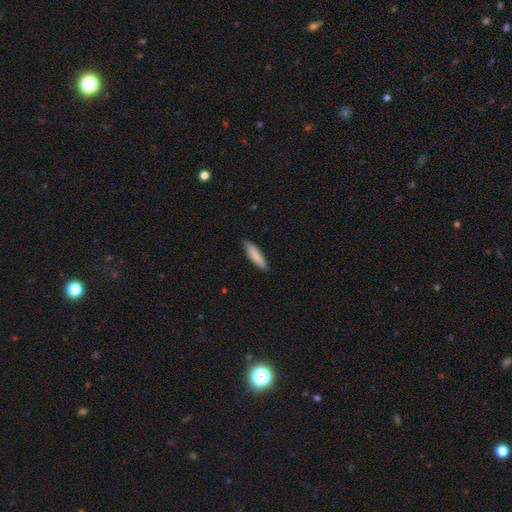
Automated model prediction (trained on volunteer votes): Overall: smooth (87%). How rounded: cigar-shaped (73%). Merging: none (87%).